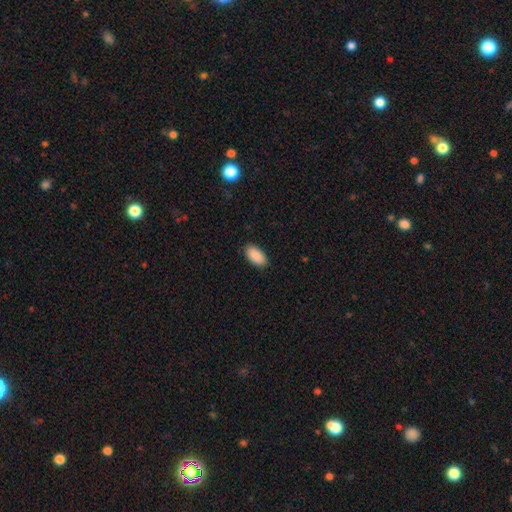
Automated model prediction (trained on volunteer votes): smooth-or-featured: smooth: 91% | star or artifact: 6% | featured or disk: 3%
  how-rounded: in between: 95% | cigar-shaped: 3% | round: 2%
  merging: none: 89% | minor disturbance: 8% | major disturbance: 2% | merger: 1%